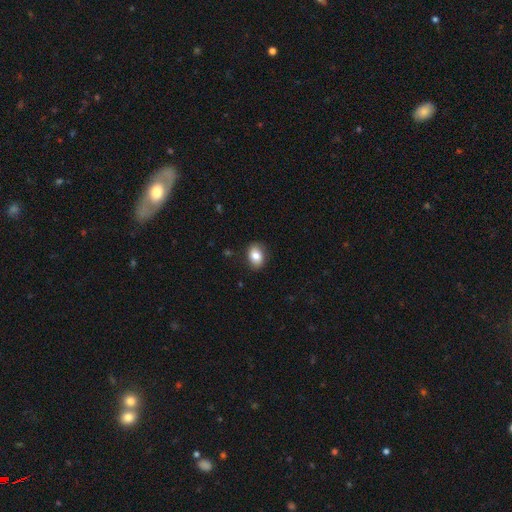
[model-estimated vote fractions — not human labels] smooth_or_featured: smooth (p=0.81) [alt: featured or disk p=0.11]
how_rounded: in between (p=0.75) [alt: round p=0.24]
merging: none (p=0.85) [alt: minor disturbance p=0.11]